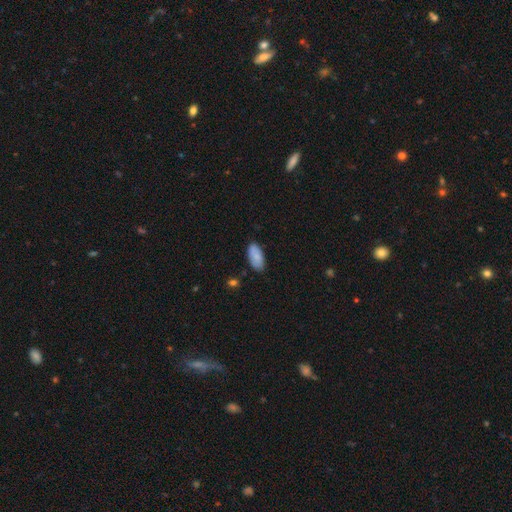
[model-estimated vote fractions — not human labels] A smooth galaxy with no disk features (80%) that is in between round and cigar-shaped (93%). Merging: none (80%).